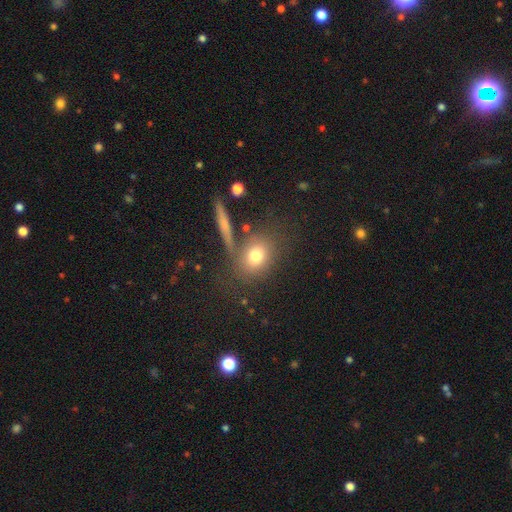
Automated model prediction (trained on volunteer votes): Q: Smooth or featured?
A: smooth (74%); runner-up: featured or disk (14%)
Q: How rounded?
A: round (61%); runner-up: in between (35%)
Q: Merging?
A: none (69%); runner-up: merger (12%)